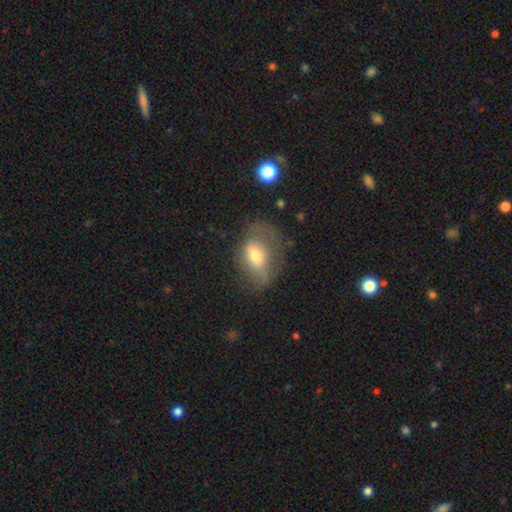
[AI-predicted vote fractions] A smooth galaxy with no disk features (57%) that is in between round and cigar-shaped (79%).

Vote fractions:
- Smooth or featured? smooth: 57% / featured or disk: 34% / star or artifact: 9%
- How rounded? in between: 79% / round: 18% / cigar-shaped: 3%
- Merging? none: 40% / minor disturbance: 30% / major disturbance: 27% / merger: 3%